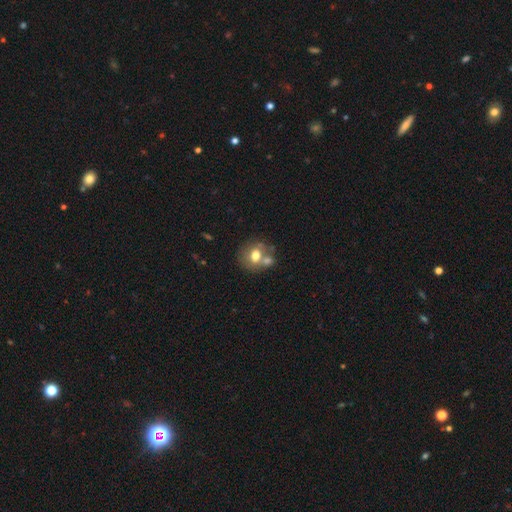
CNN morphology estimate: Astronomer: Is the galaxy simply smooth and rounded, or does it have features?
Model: smooth — 67%.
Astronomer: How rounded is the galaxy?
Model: round — 65%.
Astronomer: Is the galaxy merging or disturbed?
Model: none — 46% (runner-up: merger, 37%).